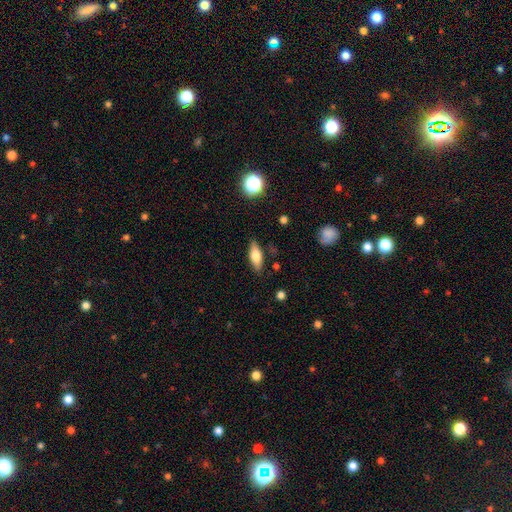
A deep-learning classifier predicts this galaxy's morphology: Q: Smooth or featured?
A: smooth (65%); runner-up: featured or disk (27%)
Q: How rounded?
A: in between (70%); runner-up: cigar-shaped (27%)
Q: Merging?
A: none (85%); runner-up: minor disturbance (11%)